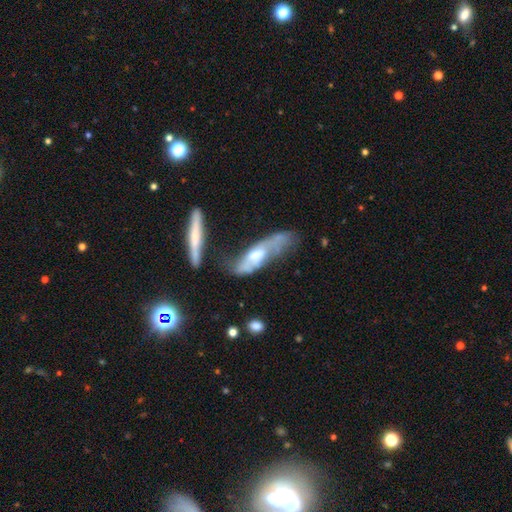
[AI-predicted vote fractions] This appears to be a featured or disk galaxy (63%). Merging: none (32%).